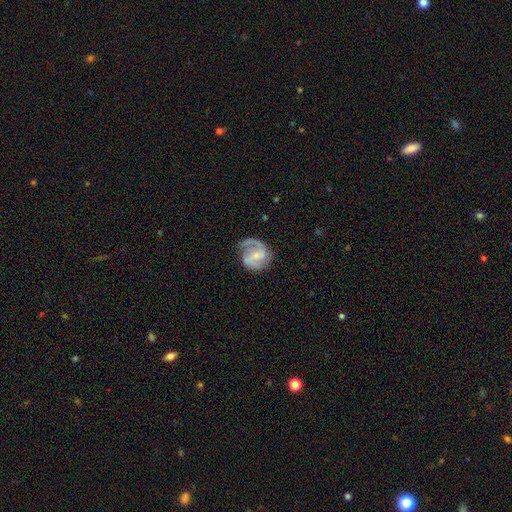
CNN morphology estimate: Smooth or featured?
  - featured or disk: 76% *
  - smooth: 19%
  - star or artifact: 6%
Edge-on disk?
  - no: 98% *
  - yes: 2%
Bar?
  - weak: 48% *
  - no: 35%
  - strong: 17%
Spiral arms?
  - yes: 93% *
  - no: 7%
Spiral winding?
  - medium: 49% *
  - tight: 26%
  - loose: 26%
Spiral arm count?
  - 2: 75% *
  - 1: 13%
  - can't tell: 7%
  - 3: 3%
  - 4: 1%
  - more than 4: 1%
Bulge size?
  - small: 56% *
  - moderate: 29%
  - none: 12%
  - large: 2%
  - dominant: 1%
Merging?
  - none: 61% *
  - minor disturbance: 23%
  - major disturbance: 14%
  - merger: 2%